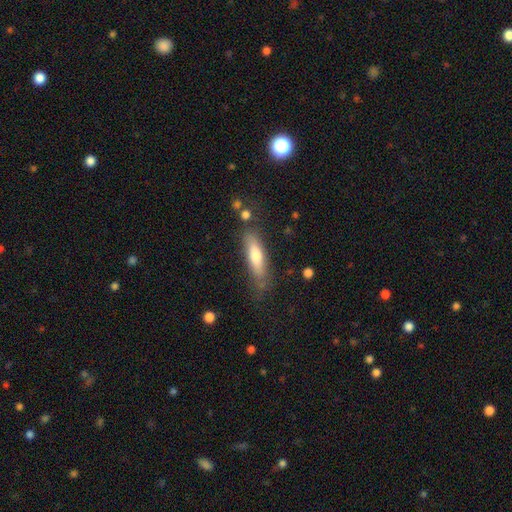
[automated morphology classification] A smooth galaxy with no disk features (65%) that is cigar-shaped (68%). Merging: none (71%).